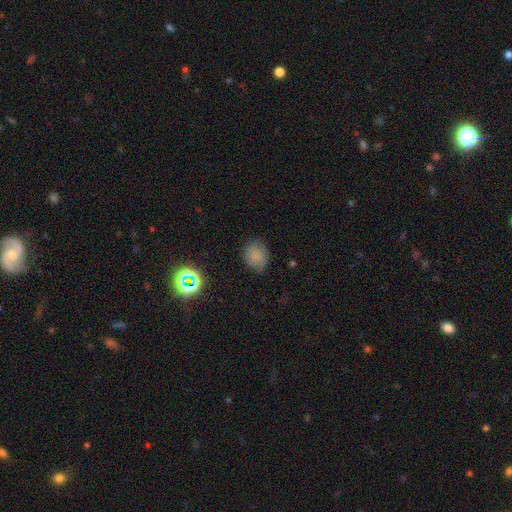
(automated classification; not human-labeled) Morphology: type=smooth (77%); roundness=round (65%); merging=none (74%).